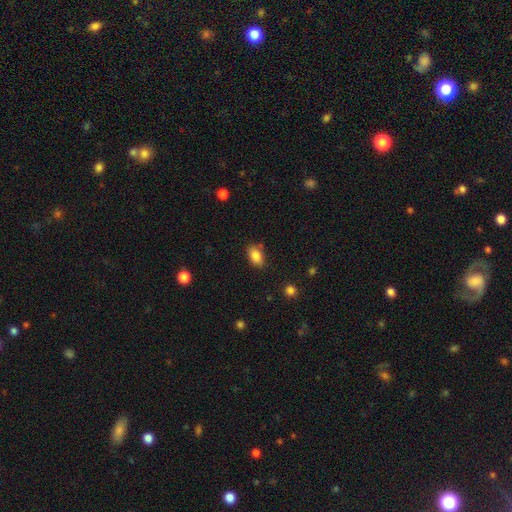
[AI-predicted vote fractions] The model was most divided on "merging": none: 78%, minor disturbance: 14%, merger: 4%, major disturbance: 3%. More confident: how rounded — in between (88%); smooth or featured — smooth (86%).